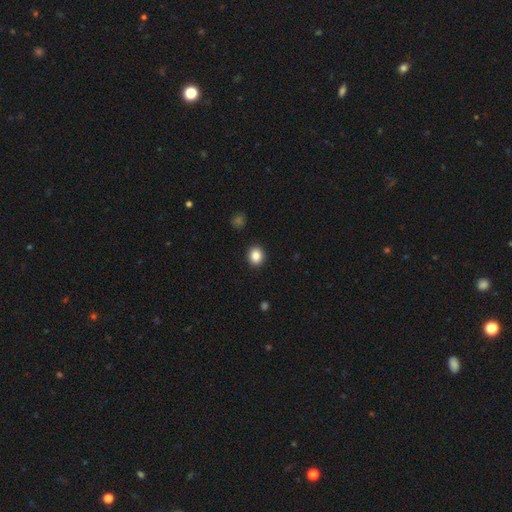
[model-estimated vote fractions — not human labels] Overall: smooth (86%). How rounded: round (74%). Merging: none (92%).